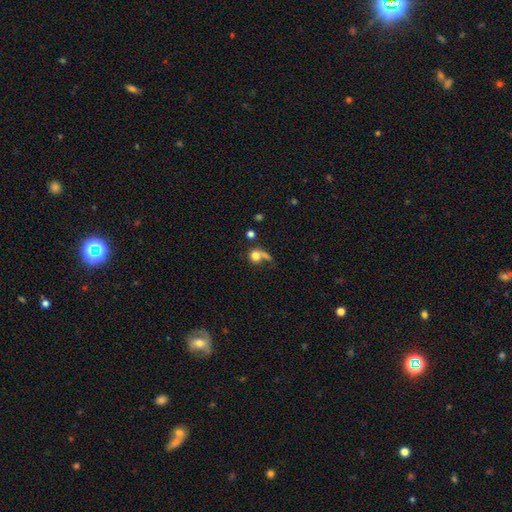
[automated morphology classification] Smooth or featured: smooth — 69% (featured or disk — 19%)
How rounded: round — 80% (in between — 18%)
Merging: none — 33% (merger — 29%)